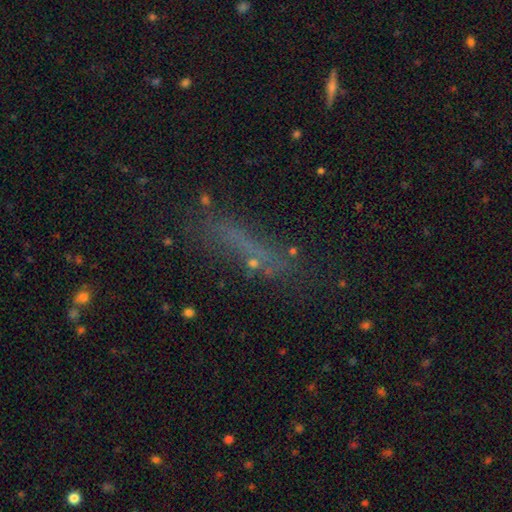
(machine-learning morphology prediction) This appears to be a smooth galaxy with no disk features (47%). Merging: none (55%).